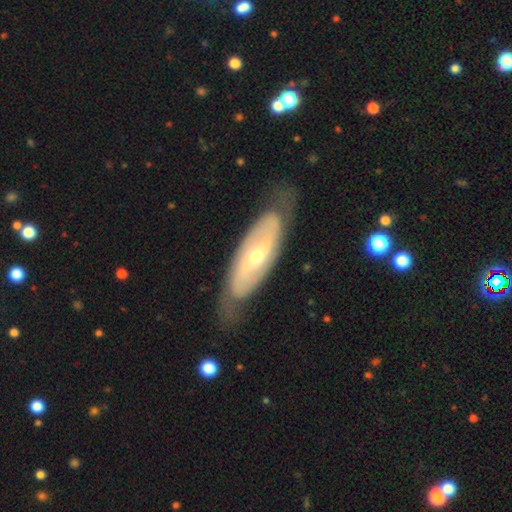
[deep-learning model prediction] smooth_or_featured: featured or disk (p=0.76) [alt: smooth p=0.19]
disk_edge_on: no (p=0.85) [alt: yes p=0.15]
bar: no (p=0.51) [alt: weak p=0.29]
has_spiral_arms: yes (p=0.75) [alt: no p=0.25]
bulge_size: small (p=0.57) [alt: moderate p=0.40]
merging: none (p=0.73) [alt: minor disturbance p=0.19]